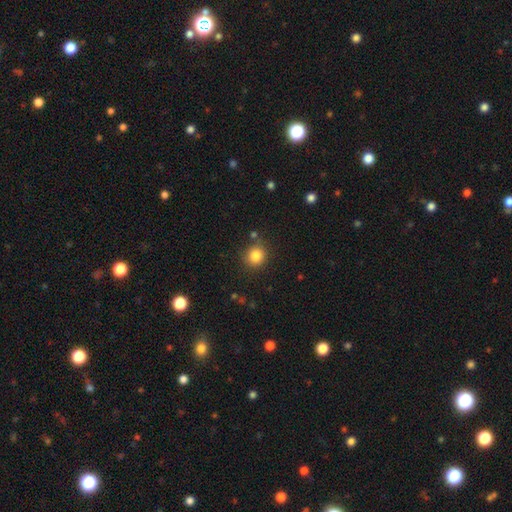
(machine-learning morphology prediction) type=smooth (84%); roundness=round (87%); merging=none (83%).